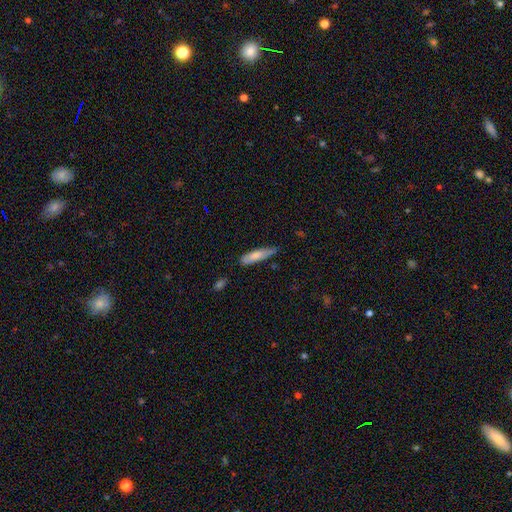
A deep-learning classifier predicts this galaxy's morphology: Smooth or featured?
  - smooth: 75% *
  - featured or disk: 19%
  - star or artifact: 6%
How rounded?
  - cigar-shaped: 71% *
  - in between: 27%
  - round: 1%
Merging?
  - none: 58% *
  - minor disturbance: 33%
  - major disturbance: 6%
  - merger: 3%